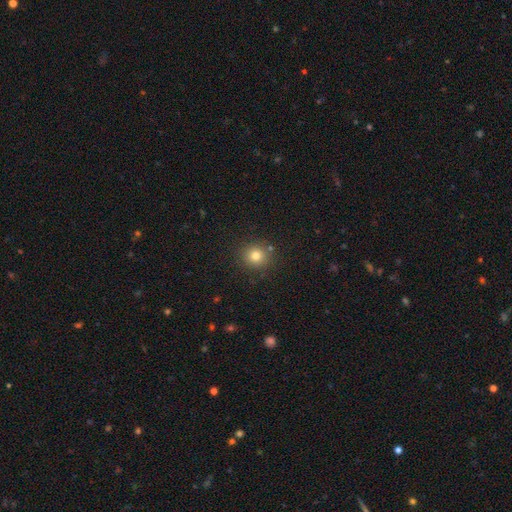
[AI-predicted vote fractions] This is likely a smooth galaxy (79%). How rounded: clearly round (90%). Merging: clearly none (86%).